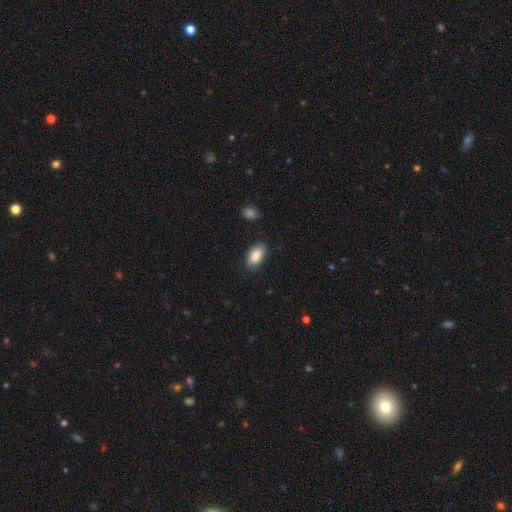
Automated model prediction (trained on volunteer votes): smooth-or-featured: smooth: 85% | featured or disk: 8% | star or artifact: 7%
  how-rounded: in between: 93% | round: 4% | cigar-shaped: 2%
  merging: none: 82% | minor disturbance: 13% | major disturbance: 3% | merger: 2%